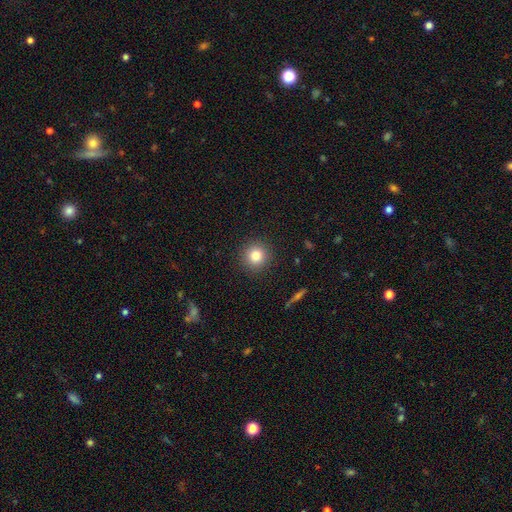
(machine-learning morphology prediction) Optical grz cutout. It shows a smooth galaxy with no disk features (82%) that is round (94%). Merging: none (91%).